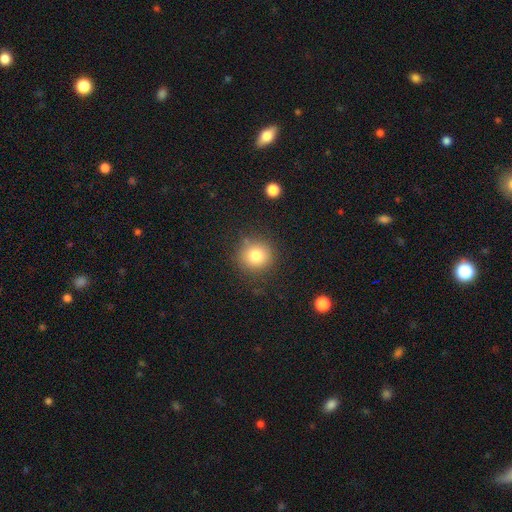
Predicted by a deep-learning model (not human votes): Overall: smooth (79%). How rounded: round (90%). Merging: none (84%).